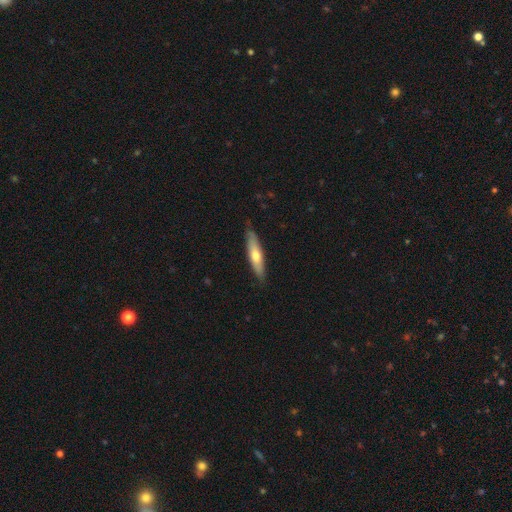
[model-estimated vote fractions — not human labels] smooth_or_featured: smooth (p=0.58) [alt: featured or disk p=0.37]
how_rounded: cigar-shaped (p=0.76) [alt: in between p=0.23]
merging: none (p=0.81) [alt: minor disturbance p=0.15]